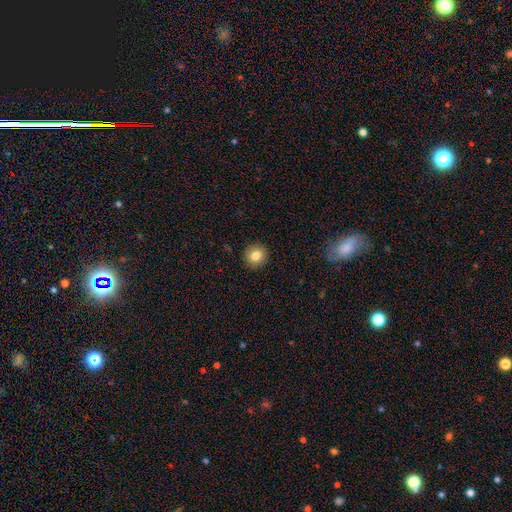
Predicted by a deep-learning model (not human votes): Smooth or featured: smooth — 83% (star or artifact — 10%)
How rounded: round — 90% (in between — 9%)
Merging: none — 92% (minor disturbance — 6%)